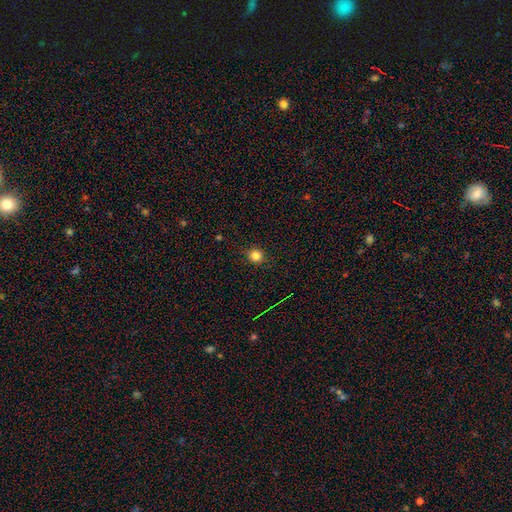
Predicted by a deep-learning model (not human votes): Q: Smooth or featured?
A: smooth (82%); runner-up: star or artifact (13%)
Q: How rounded?
A: round (92%); runner-up: in between (7%)
Q: Merging?
A: none (90%); runner-up: minor disturbance (7%)